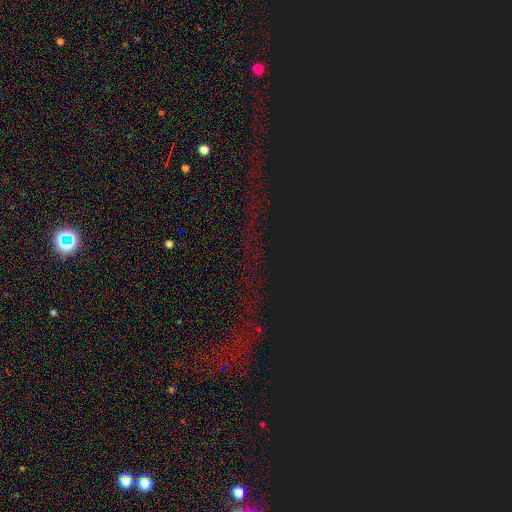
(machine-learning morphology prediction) A star or artifact, not a galaxy (85%).

Vote fractions:
- Smooth or featured? star or artifact: 85% / smooth: 8% / featured or disk: 6%